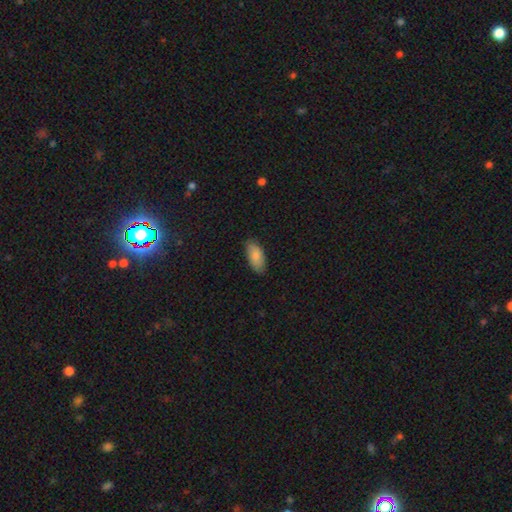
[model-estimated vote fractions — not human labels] Smooth or featured? smooth (85%)
How rounded? in between (91%)
Merging? none (83%)